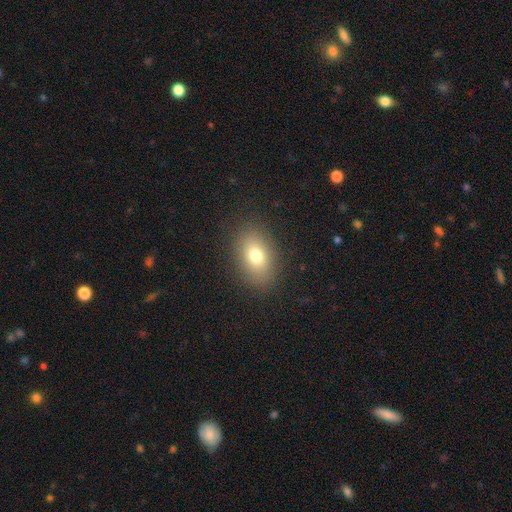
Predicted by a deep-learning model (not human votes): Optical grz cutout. It shows a smooth galaxy with no disk features (76%) that is in between round and cigar-shaped (81%). Merging: none (87%).